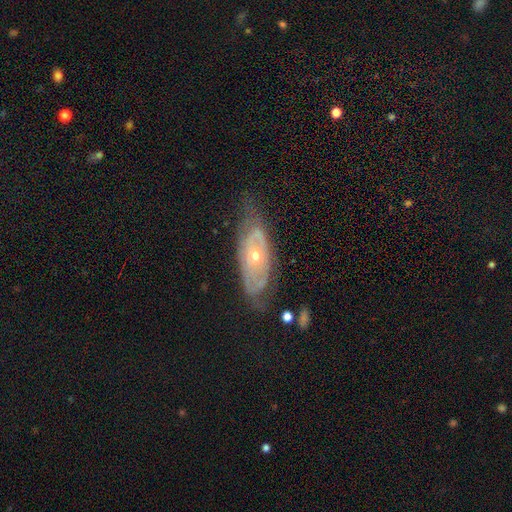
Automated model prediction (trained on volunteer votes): Smooth or featured?
  - featured or disk: 73% *
  - smooth: 21%
  - star or artifact: 6%
Edge-on disk?
  - no: 85% *
  - yes: 15%
Bar?
  - no: 83% *
  - weak: 13%
  - strong: 4%
Spiral arms?
  - yes: 53% *
  - no: 47%
Bulge size?
  - small: 55% *
  - moderate: 42%
  - large: 2%
  - none: 1%
  - dominant: 1%
Merging?
  - none: 57% *
  - minor disturbance: 27%
  - major disturbance: 14%
  - merger: 2%